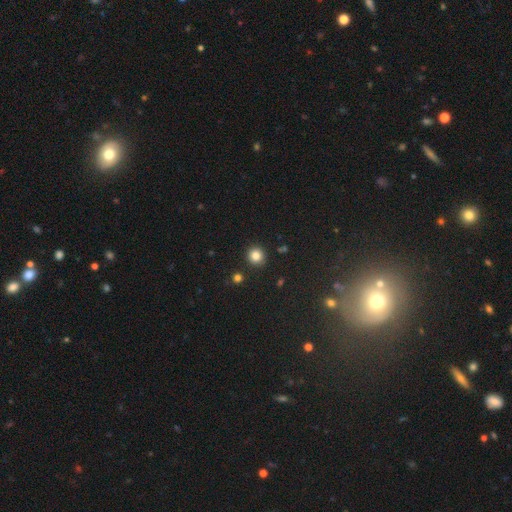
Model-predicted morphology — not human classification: Q: Smooth or featured?
A: smooth (83%); runner-up: star or artifact (12%)
Q: How rounded?
A: round (93%); runner-up: in between (6%)
Q: Merging?
A: none (91%); runner-up: minor disturbance (5%)